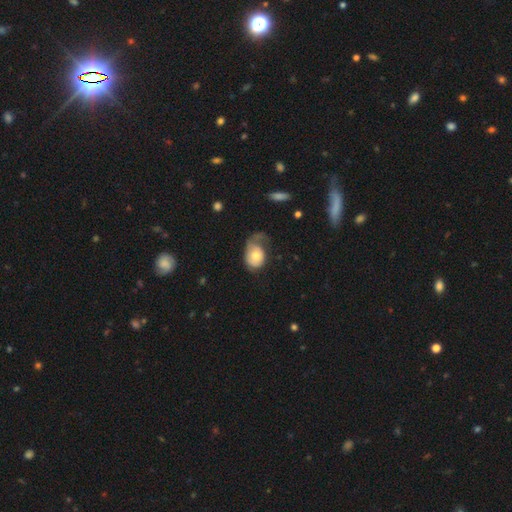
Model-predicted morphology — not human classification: Smooth or featured: smooth — 62% (featured or disk — 31%)
How rounded: in between — 67% (round — 32%)
Merging: major disturbance — 47% (minor disturbance — 27%)